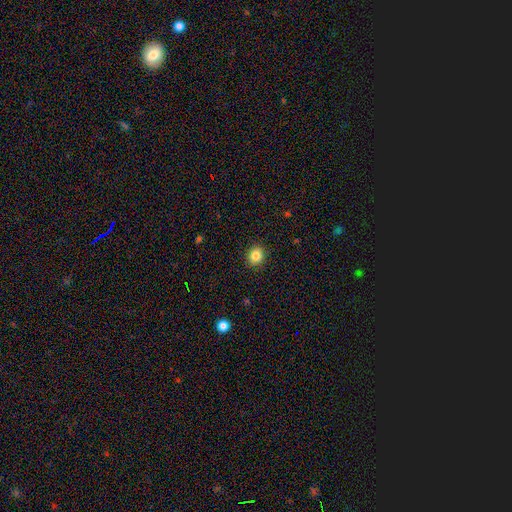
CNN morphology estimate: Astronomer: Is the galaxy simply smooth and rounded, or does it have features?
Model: smooth — 85%.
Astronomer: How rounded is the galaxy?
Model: round — 74%.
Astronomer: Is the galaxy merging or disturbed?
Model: none — 90%.